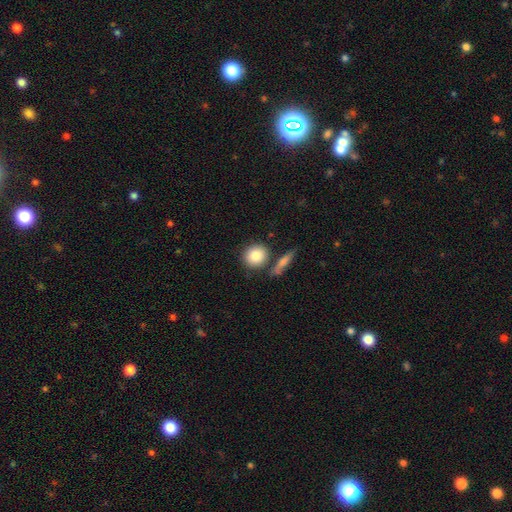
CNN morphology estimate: smooth_or_featured: smooth (p=0.83) [alt: featured or disk p=0.10]
how_rounded: round (p=0.80) [alt: in between p=0.18]
merging: none (p=0.71) [alt: merger p=0.14]